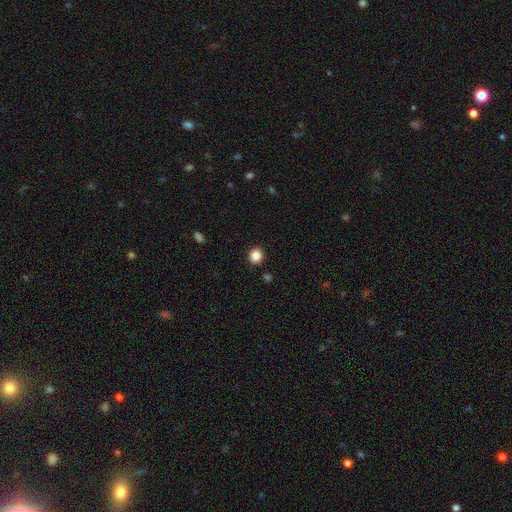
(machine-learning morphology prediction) smooth 86%, star or artifact 11%, featured or disk 3%. Down the decision tree: how rounded — round (80%); merging — none (90%).